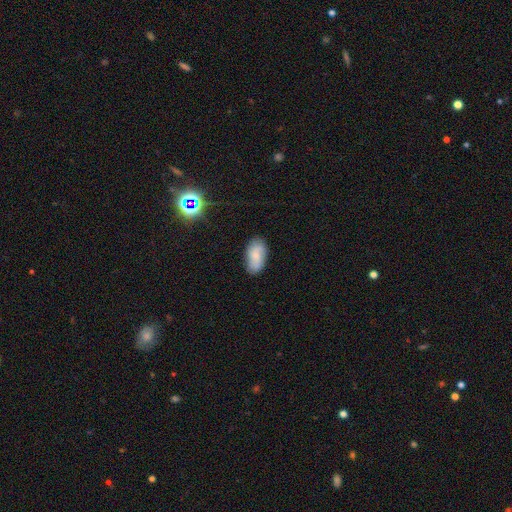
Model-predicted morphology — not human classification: type=smooth (69%); roundness=in between (93%); merging=none (78%).